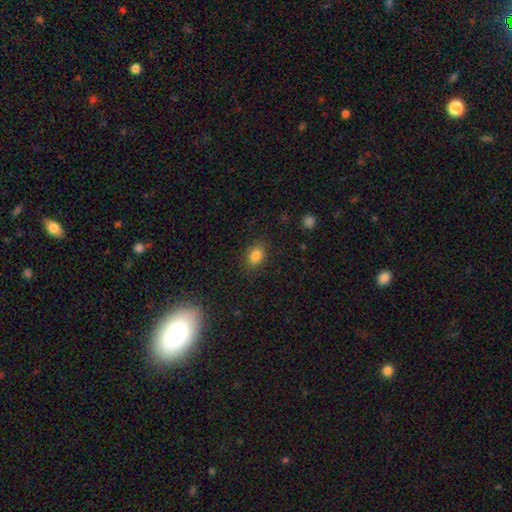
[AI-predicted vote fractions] Overall: smooth (84%). How rounded: in between (75%). Merging: none (85%).